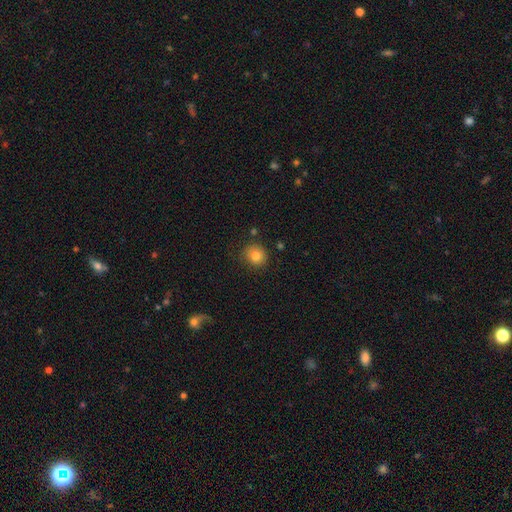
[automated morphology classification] Q: Smooth or featured?
A: smooth (82%); runner-up: star or artifact (11%)
Q: How rounded?
A: round (87%); runner-up: in between (12%)
Q: Merging?
A: none (81%); runner-up: minor disturbance (13%)